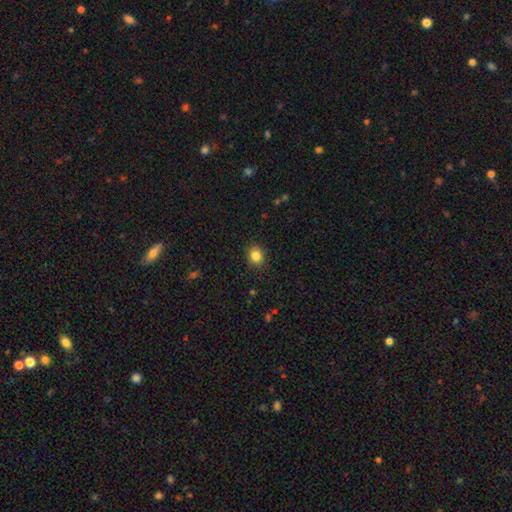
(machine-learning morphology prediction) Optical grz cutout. It shows a smooth galaxy with no disk features (84%) that is round (73%). Merging: none (90%).